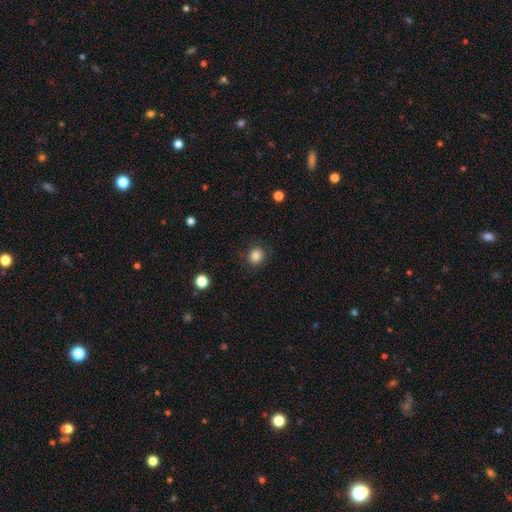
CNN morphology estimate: smooth_or_featured: smooth (p=0.85) [alt: star or artifact p=0.11]
how_rounded: round (p=0.87) [alt: in between p=0.12]
merging: none (p=0.87) [alt: minor disturbance p=0.09]